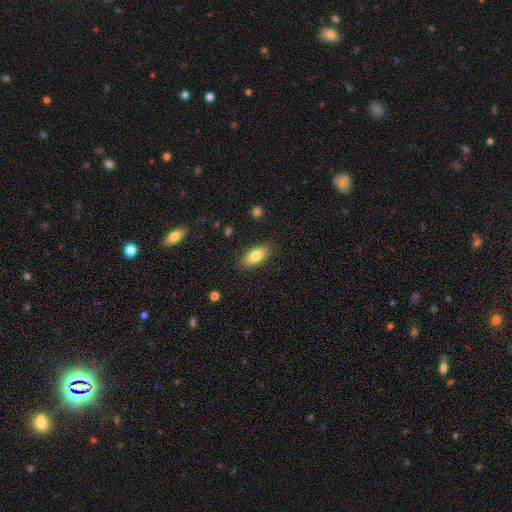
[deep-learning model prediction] A smooth galaxy with no disk features (82%) that is in between round and cigar-shaped (85%).

Vote fractions:
- Smooth or featured? smooth: 82% / featured or disk: 11% / star or artifact: 7%
- How rounded? in between: 85% / cigar-shaped: 12% / round: 3%
- Merging? none: 85% / minor disturbance: 11% / major disturbance: 3% / merger: 1%